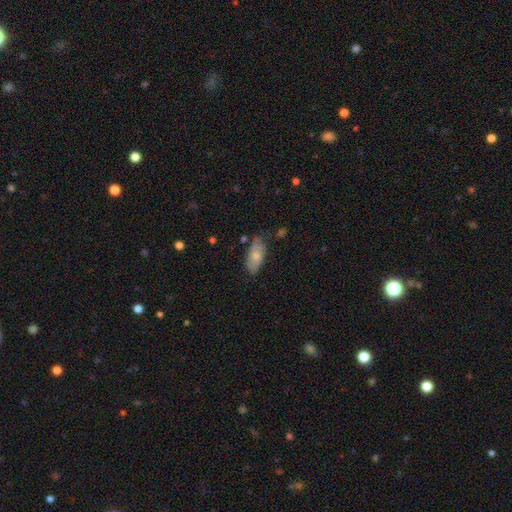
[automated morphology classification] A smooth galaxy with no disk features (71%) that is in between round and cigar-shaped (87%). Merging: none (72%).